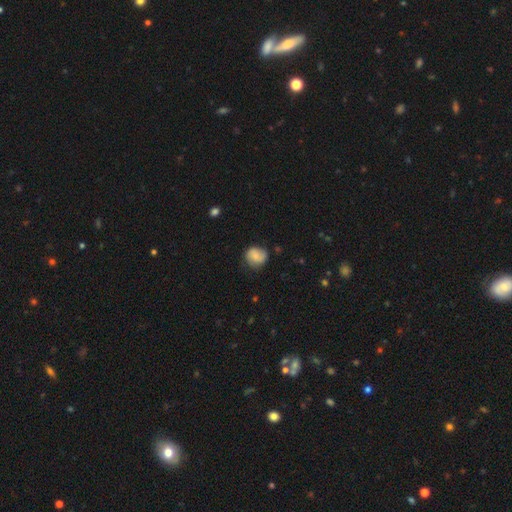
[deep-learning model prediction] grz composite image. It shows a smooth galaxy with no disk features (69%) that is round (72%). Merging: none (61%).